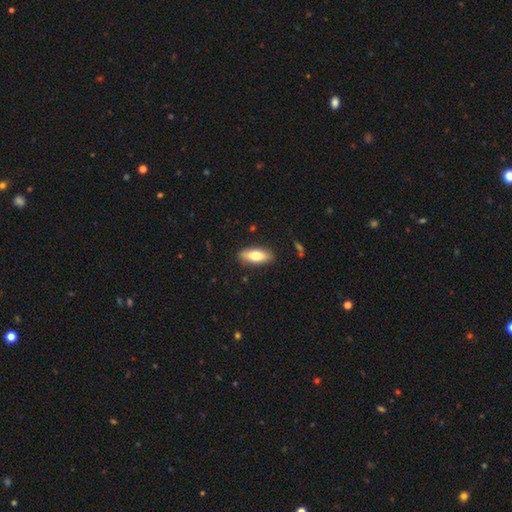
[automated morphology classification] A smooth galaxy with no disk features (71%) that is in between round and cigar-shaped (75%).

Vote fractions:
- Smooth or featured? smooth: 71% / featured or disk: 23% / star or artifact: 6%
- How rounded? in between: 75% / cigar-shaped: 23% / round: 3%
- Merging? none: 88% / minor disturbance: 9% / major disturbance: 2% / merger: 1%